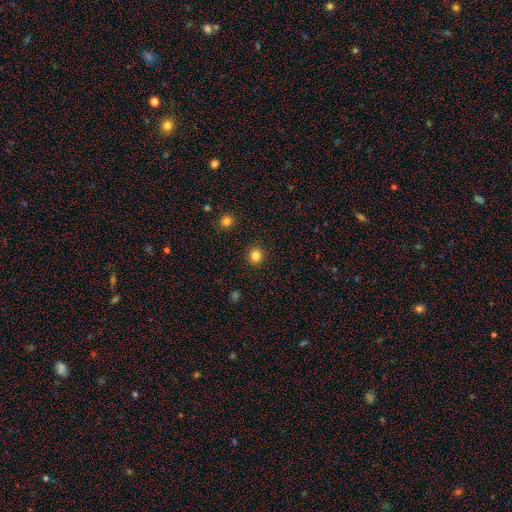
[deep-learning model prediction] The model was most divided on "smooth or featured": smooth: 84%, star or artifact: 12%, featured or disk: 4%. More confident: merging — none (92%); how rounded — round (92%).